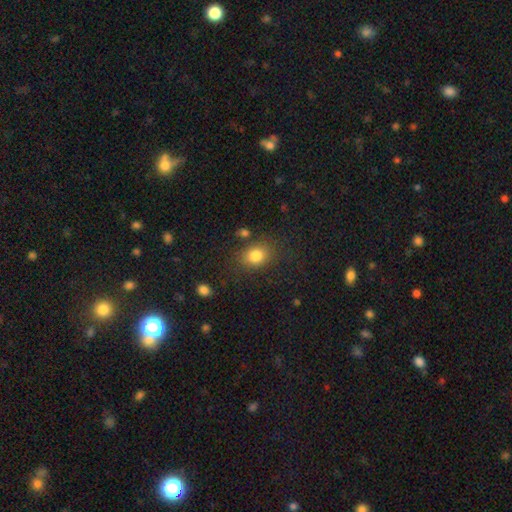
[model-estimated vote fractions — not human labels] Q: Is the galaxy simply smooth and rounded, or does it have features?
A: smooth — 82%.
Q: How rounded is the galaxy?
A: in between — 54%.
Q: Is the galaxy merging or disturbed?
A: none — 76%.